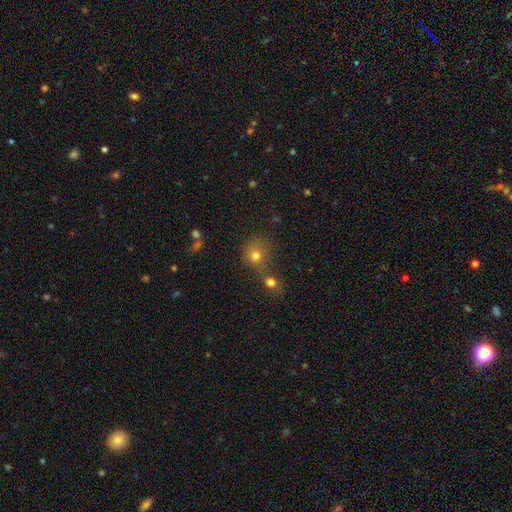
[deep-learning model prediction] Overall: smooth (74%). How rounded: round (81%). Merging: merger (45%; none 41%).